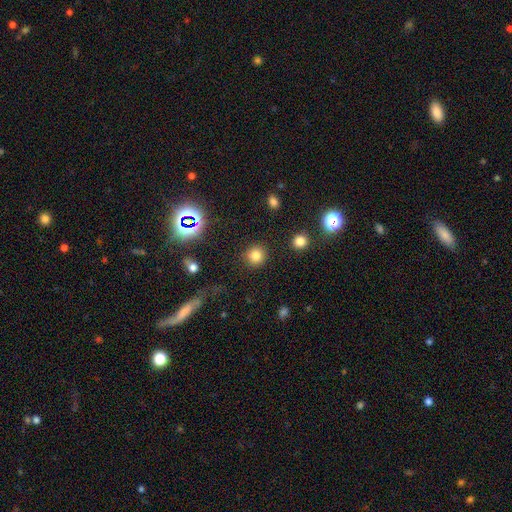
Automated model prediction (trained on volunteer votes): This appears to be a smooth galaxy with no disk features (80%) that is round (92%). Merging: none (89%).